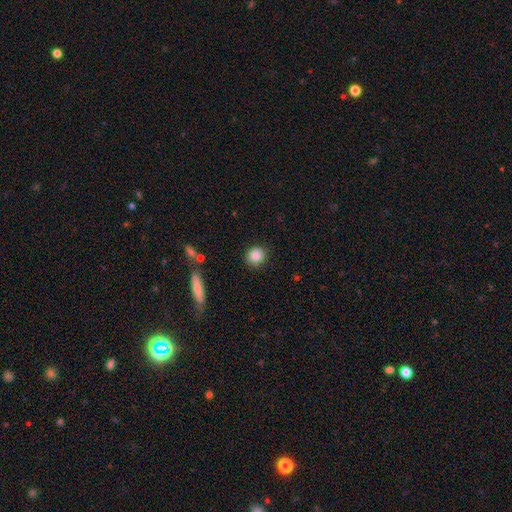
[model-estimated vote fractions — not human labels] Q: Smooth or featured?
A: smooth (86%); runner-up: star or artifact (9%)
Q: How rounded?
A: round (87%); runner-up: in between (11%)
Q: Merging?
A: none (88%); runner-up: minor disturbance (8%)